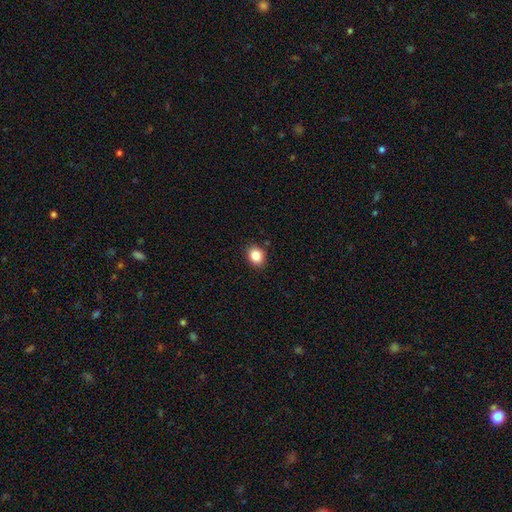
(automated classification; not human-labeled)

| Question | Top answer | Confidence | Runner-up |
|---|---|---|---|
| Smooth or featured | smooth | 85% | star or artifact (10%) |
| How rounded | round | 57% | in between (42%) |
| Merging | none | 89% | minor disturbance (8%) |